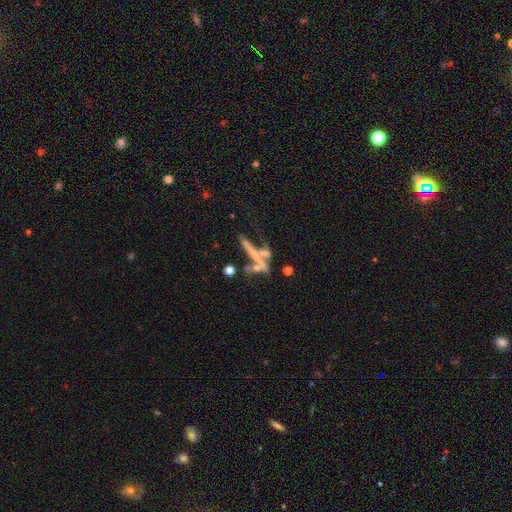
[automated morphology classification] This appears to be a featured or disk galaxy (53%) viewed edge-on (63%). Merging: merger (39%).